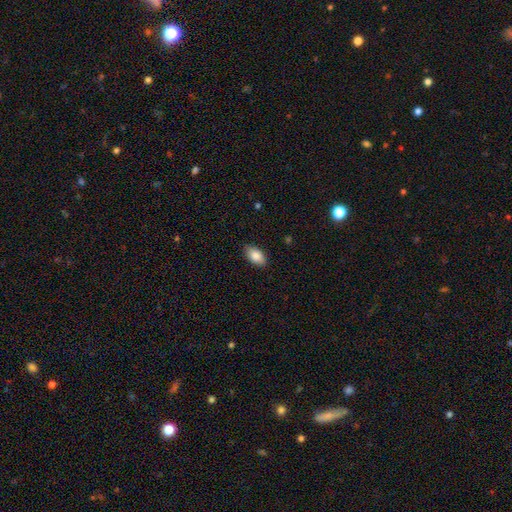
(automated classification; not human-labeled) Overall: smooth (86%). How rounded: in between (94%). Merging: none (87%).